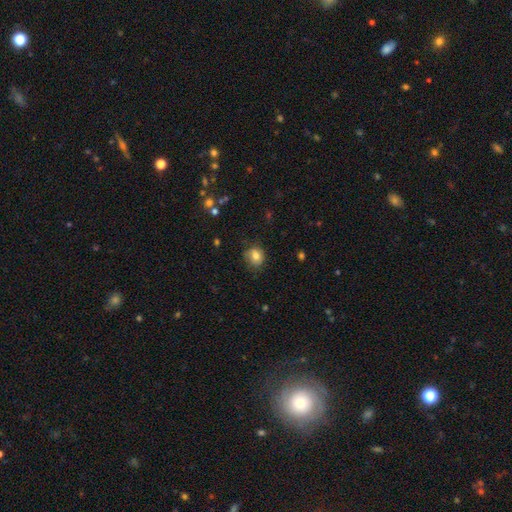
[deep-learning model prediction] Q: Smooth or featured?
A: smooth (79%); runner-up: featured or disk (12%)
Q: How rounded?
A: round (68%); runner-up: in between (31%)
Q: Merging?
A: none (68%); runner-up: minor disturbance (24%)